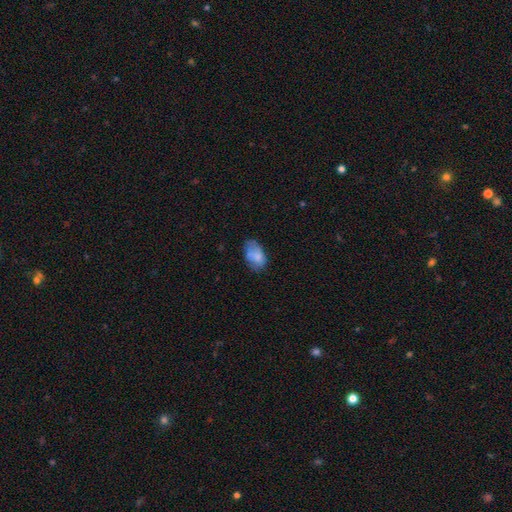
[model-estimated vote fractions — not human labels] Smooth or featured?
  - smooth: 74% *
  - featured or disk: 17%
  - star or artifact: 8%
How rounded?
  - in between: 90% *
  - round: 9%
  - cigar-shaped: 1%
Merging?
  - none: 52% *
  - minor disturbance: 33%
  - major disturbance: 13%
  - merger: 3%